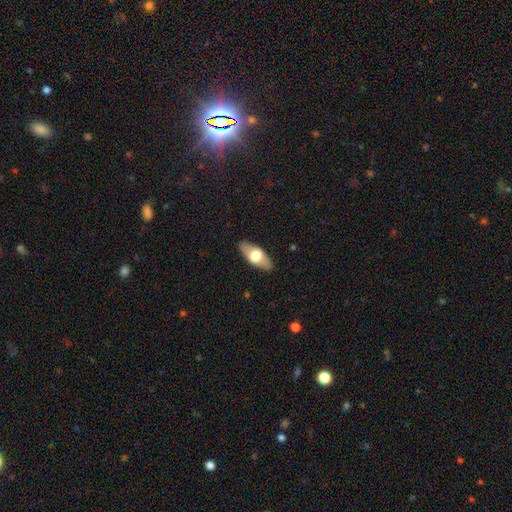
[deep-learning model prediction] Smooth or featured? smooth (57%)
How rounded? in between (84%)
Merging? none (87%)